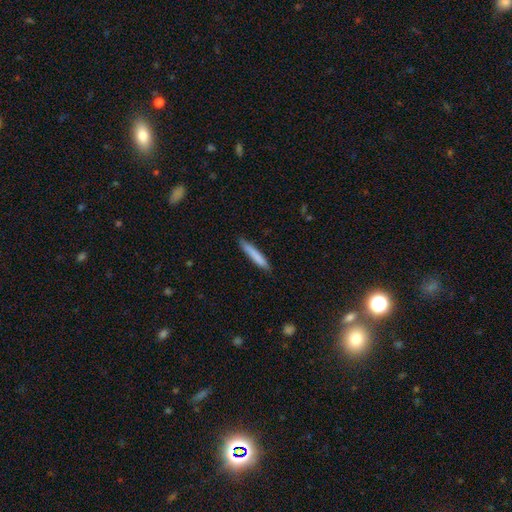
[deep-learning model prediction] Smooth or featured?
  - smooth: 79% *
  - featured or disk: 15%
  - star or artifact: 6%
How rounded?
  - cigar-shaped: 94% *
  - in between: 5%
  - round: 1%
Merging?
  - none: 85% *
  - minor disturbance: 12%
  - major disturbance: 2%
  - merger: 1%